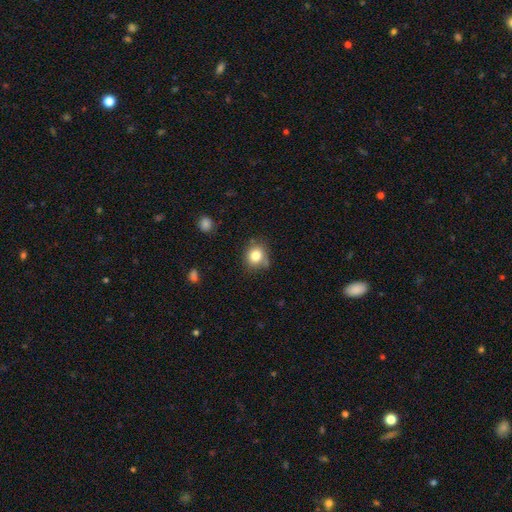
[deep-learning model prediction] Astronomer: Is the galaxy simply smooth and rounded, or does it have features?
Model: smooth — 81%.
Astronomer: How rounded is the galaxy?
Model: round — 80%.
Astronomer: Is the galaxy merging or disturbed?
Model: none — 72%.